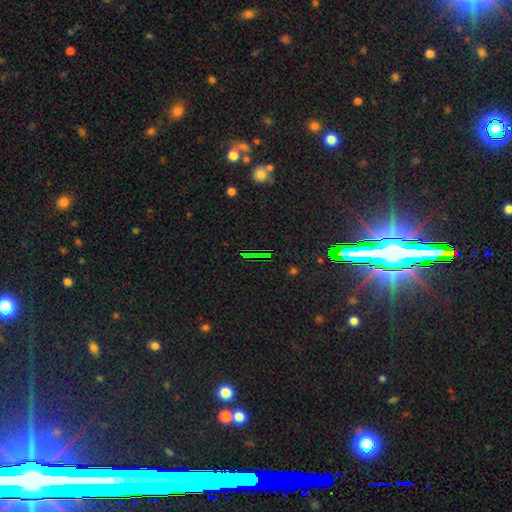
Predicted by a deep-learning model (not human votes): star or artifact 69%, smooth 16%, featured or disk 15%.